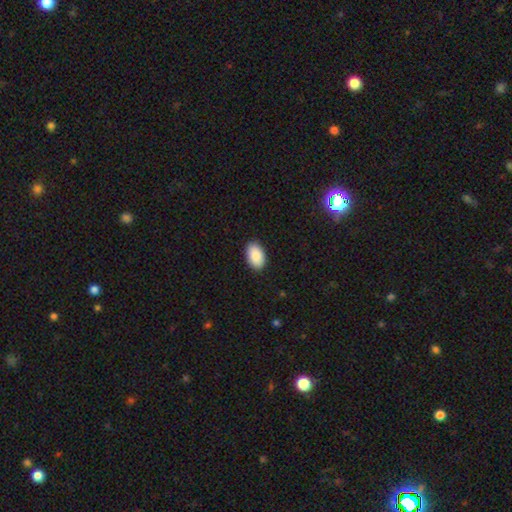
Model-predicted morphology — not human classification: smooth 89%, star or artifact 7%, featured or disk 4%. Down the decision tree: how rounded — in between (93%); merging — none (90%).